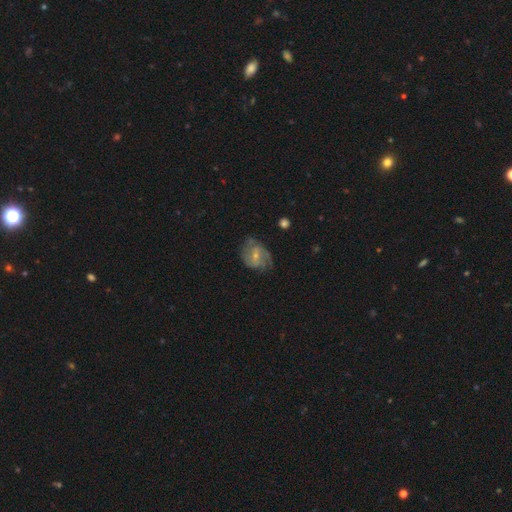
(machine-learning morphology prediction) A featured or disk galaxy (70%) with a weak bar (47%), 2 (43%) medium (45%) spiral arms (87%) and a small central bulge (62%). Merging: none (60%).